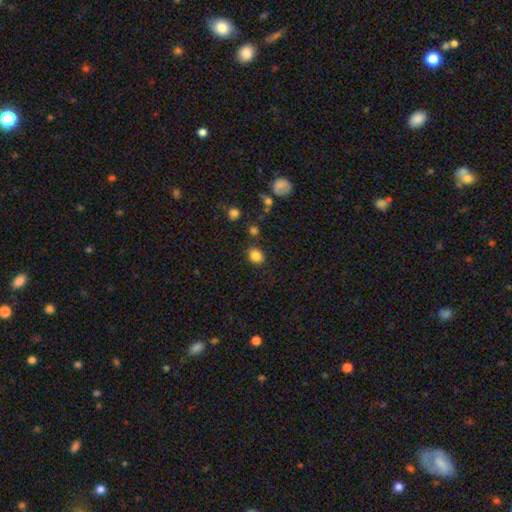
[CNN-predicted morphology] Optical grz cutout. It shows a smooth galaxy with no disk features (84%) that is round (66%). Merging: none (84%).